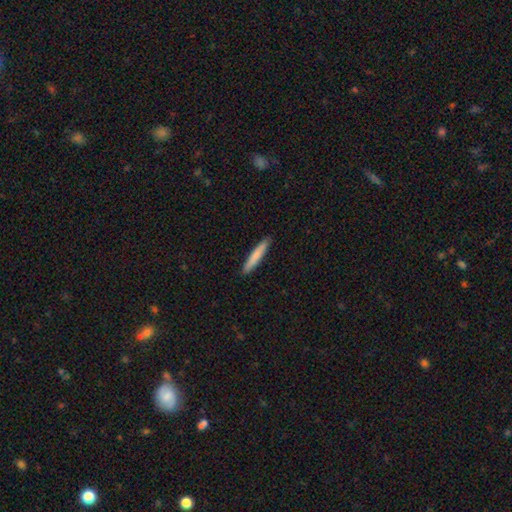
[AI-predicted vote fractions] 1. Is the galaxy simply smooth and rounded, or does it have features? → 80% smooth, 15% featured or disk, 5% star or artifact.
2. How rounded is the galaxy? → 94% cigar-shaped, 5% in between, 1% round.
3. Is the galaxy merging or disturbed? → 91% none, 6% minor disturbance, 1% major disturbance, 1% merger.